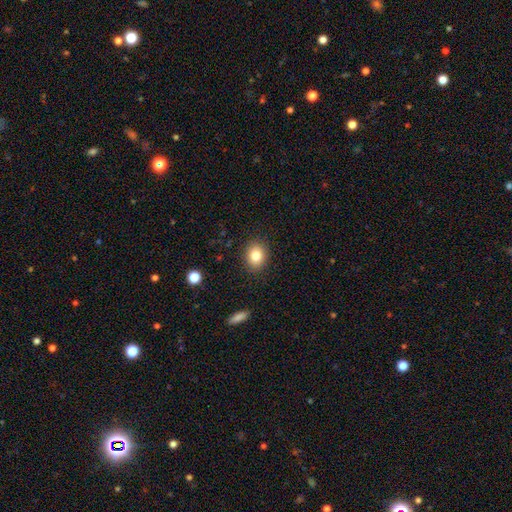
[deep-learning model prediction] Morphology: type=smooth (82%); roundness=round (51%); merging=none (88%).